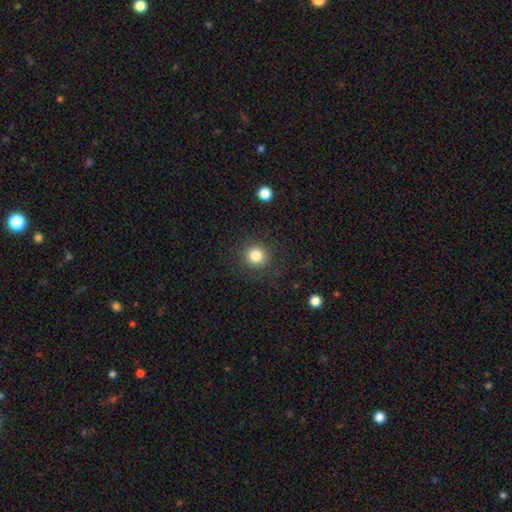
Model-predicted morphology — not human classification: Smooth or featured?
  - smooth: 83% *
  - star or artifact: 11%
  - featured or disk: 6%
How rounded?
  - round: 93% *
  - in between: 7%
  - cigar-shaped: 1%
Merging?
  - none: 86% *
  - minor disturbance: 8%
  - major disturbance: 4%
  - merger: 1%